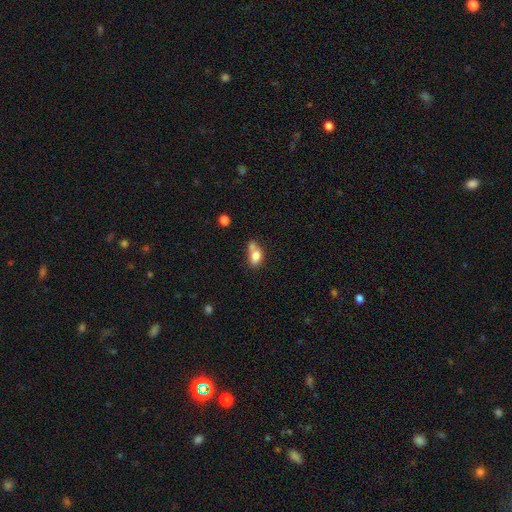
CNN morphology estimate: Smooth or featured? Predicted: smooth (p=0.77). How rounded? Predicted: in between (p=0.80). Merging? Predicted: merger (p=0.37).